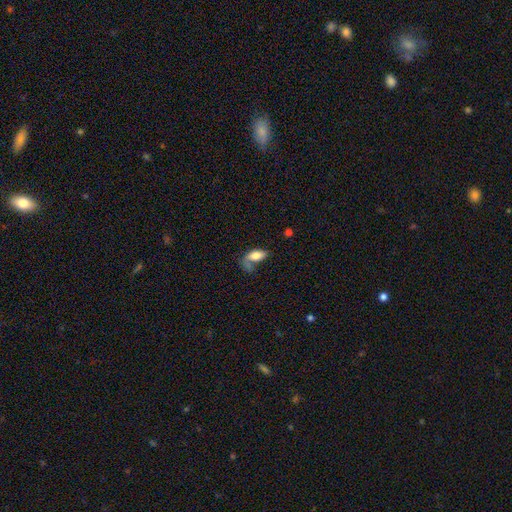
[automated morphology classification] type=smooth (71%); roundness=in between (86%); merging=major disturbance (33%).